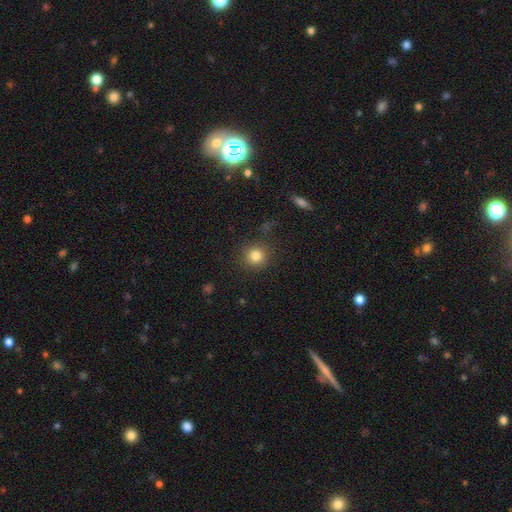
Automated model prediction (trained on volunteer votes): smooth-or-featured: smooth: 82% | star or artifact: 12% | featured or disk: 6%
  how-rounded: round: 91% | in between: 8% | cigar-shaped: 1%
  merging: none: 85% | minor disturbance: 9% | major disturbance: 4% | merger: 2%